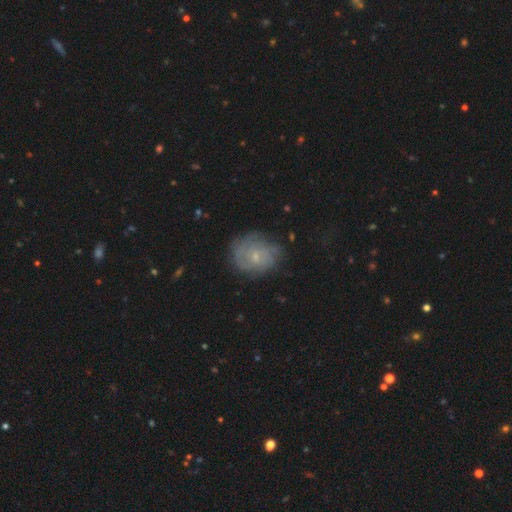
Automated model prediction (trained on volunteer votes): Smooth or featured? featured or disk (52%)
Edge-on disk? no (97%)
Bar? no (80%)
Spiral arms? yes (72%)
Bulge size? small (74%)
Merging? none (65%)